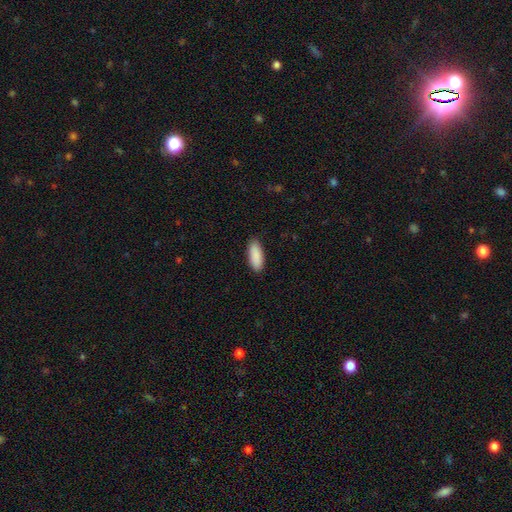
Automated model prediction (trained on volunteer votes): Smooth or featured?
  - smooth: 91% *
  - star or artifact: 6%
  - featured or disk: 3%
How rounded?
  - in between: 76% *
  - cigar-shaped: 22%
  - round: 2%
Merging?
  - none: 89% *
  - minor disturbance: 8%
  - major disturbance: 2%
  - merger: 1%